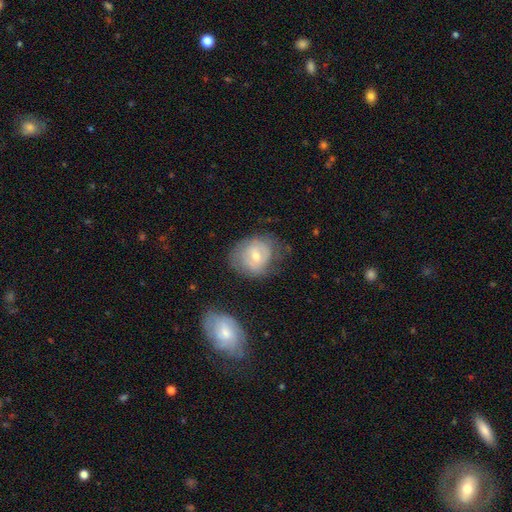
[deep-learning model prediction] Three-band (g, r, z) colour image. It shows a featured or disk galaxy (51%). Merging: none (63%).